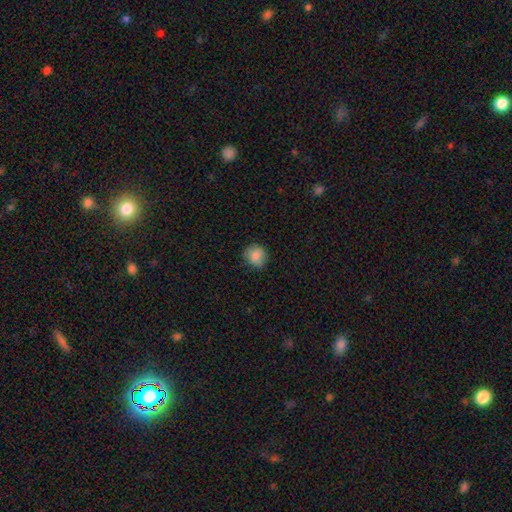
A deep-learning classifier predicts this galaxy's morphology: The model was most divided on "merging": none: 79%, minor disturbance: 17%, major disturbance: 3%, merger: 1%. More confident: smooth or featured — smooth (86%); how rounded — round (85%).